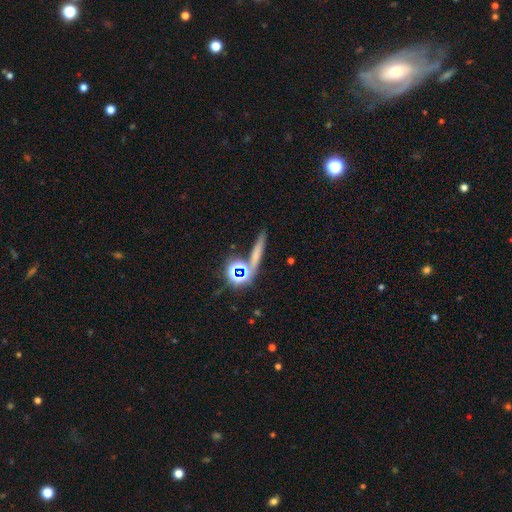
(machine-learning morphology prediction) Overall: smooth (50%; star or artifact 29%). How rounded: cigar-shaped (76%). Merging: none (77%).